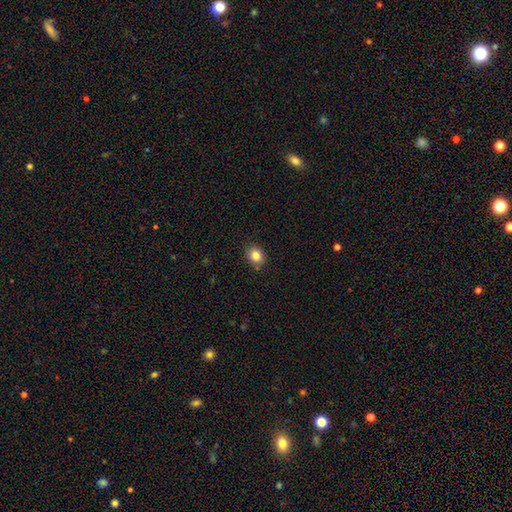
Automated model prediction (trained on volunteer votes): smooth-or-featured: smooth: 83% | star or artifact: 11% | featured or disk: 6%
  how-rounded: round: 58% | in between: 41% | cigar-shaped: 1%
  merging: none: 85% | minor disturbance: 11% | major disturbance: 2% | merger: 1%